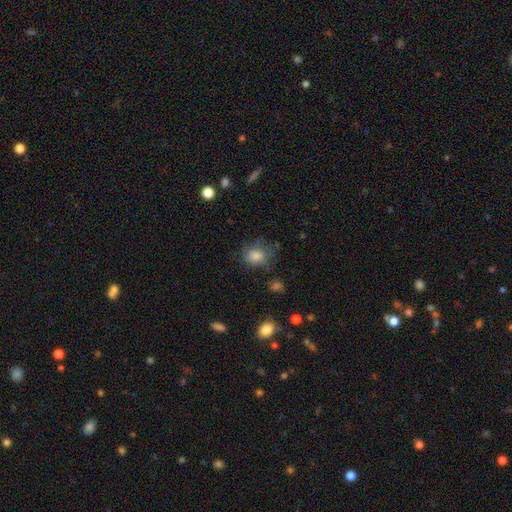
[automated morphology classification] A smooth galaxy with no disk features (72%) that is round (60%). Merging: none (60%).